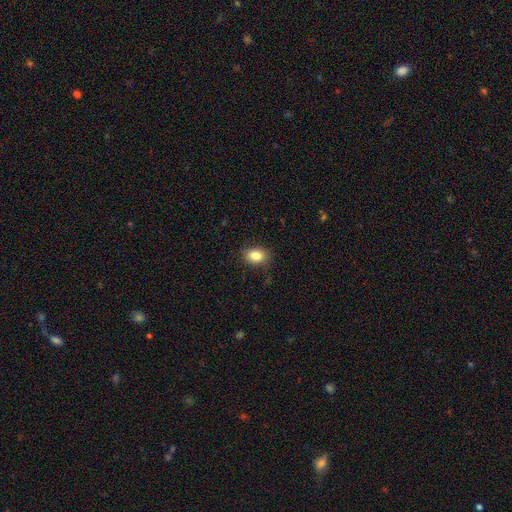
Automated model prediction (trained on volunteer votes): Smooth or featured: smooth — 84% (star or artifact — 9%)
How rounded: in between — 72% (round — 27%)
Merging: none — 84% (minor disturbance — 12%)